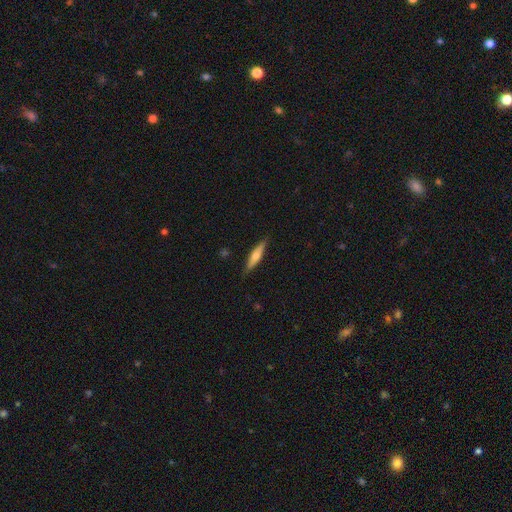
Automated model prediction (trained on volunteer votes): Smooth or featured? smooth (49%)
Merging? none (87%)